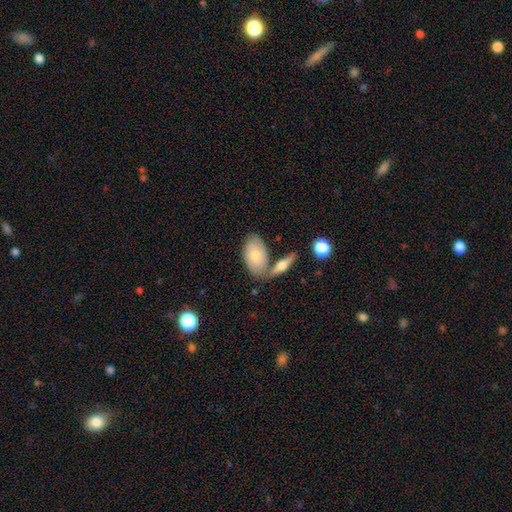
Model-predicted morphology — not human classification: Q: Smooth or featured?
A: smooth (71%); runner-up: featured or disk (24%)
Q: How rounded?
A: in between (93%); runner-up: round (4%)
Q: Merging?
A: none (53%); runner-up: merger (27%)